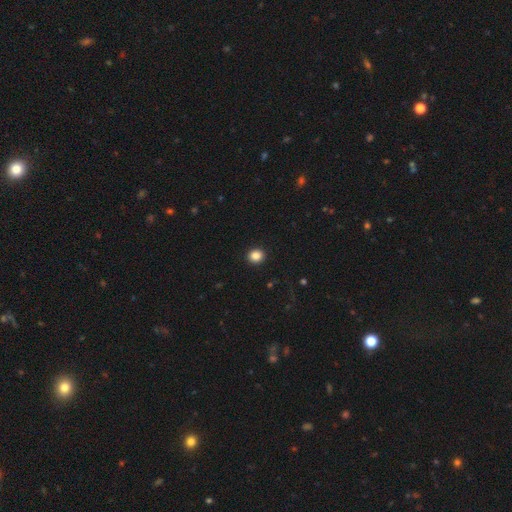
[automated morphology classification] The model was most divided on "how rounded": round: 80%, in between: 19%, cigar-shaped: 1%. More confident: merging — none (92%); smooth or featured — smooth (86%).